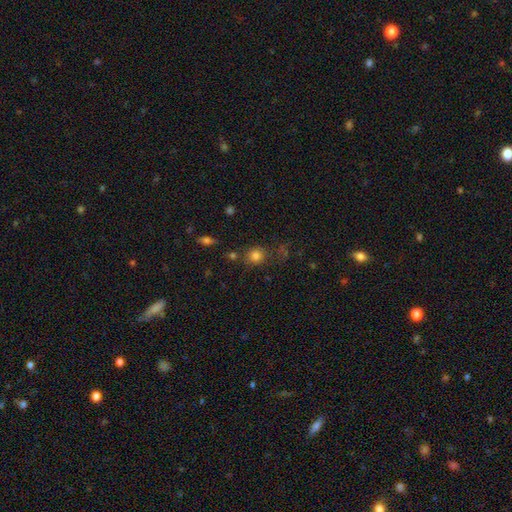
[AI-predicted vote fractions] Smooth or featured?
  - smooth: 80% *
  - star or artifact: 14%
  - featured or disk: 7%
How rounded?
  - round: 84% *
  - in between: 15%
  - cigar-shaped: 1%
Merging?
  - none: 73% *
  - minor disturbance: 13%
  - merger: 8%
  - major disturbance: 6%